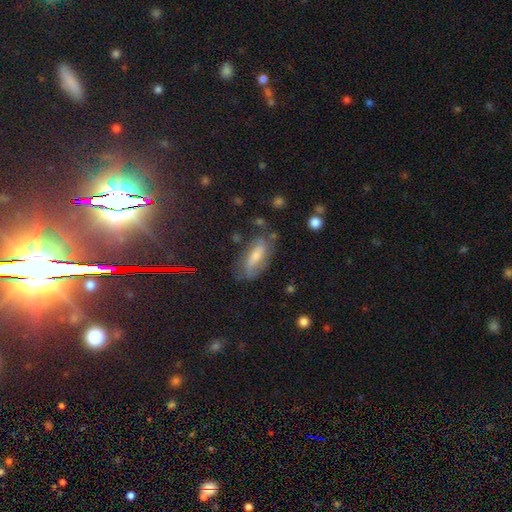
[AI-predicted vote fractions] This appears to be a featured or disk galaxy (45%). Merging: none (70%).